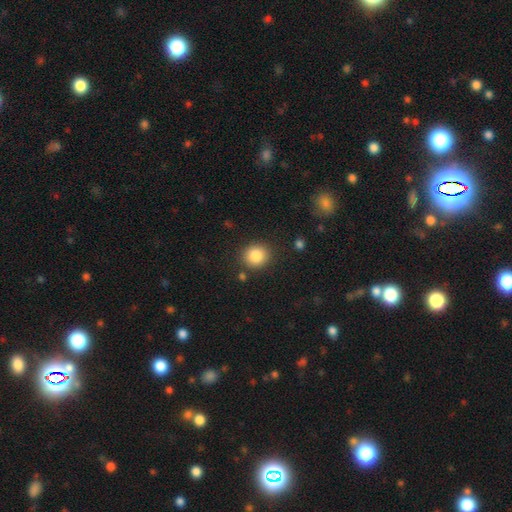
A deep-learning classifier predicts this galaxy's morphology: This is clearly a smooth galaxy (86%). How rounded: clearly round (82%). Merging: clearly none (87%).